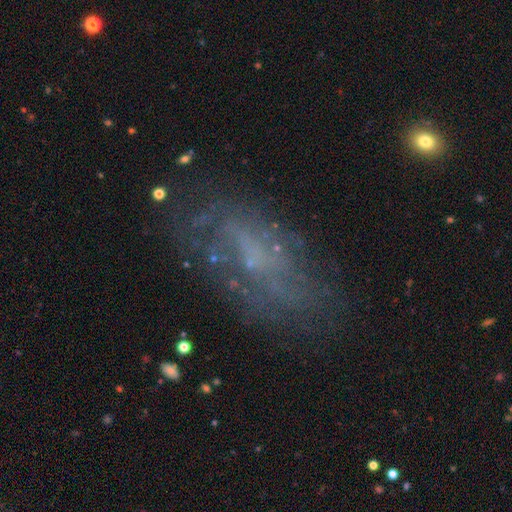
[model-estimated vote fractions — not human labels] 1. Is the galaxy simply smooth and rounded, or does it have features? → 60% featured or disk, 25% smooth, 15% star or artifact.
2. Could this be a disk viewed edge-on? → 91% no, 9% yes.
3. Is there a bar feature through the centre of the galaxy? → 64% no, 29% weak, 7% strong.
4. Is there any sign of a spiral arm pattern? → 55% yes, 45% no.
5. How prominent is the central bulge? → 55% none, 31% small, 11% moderate, 2% large, 1% dominant.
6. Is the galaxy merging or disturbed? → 63% none, 19% minor disturbance, 15% major disturbance, 3% merger.